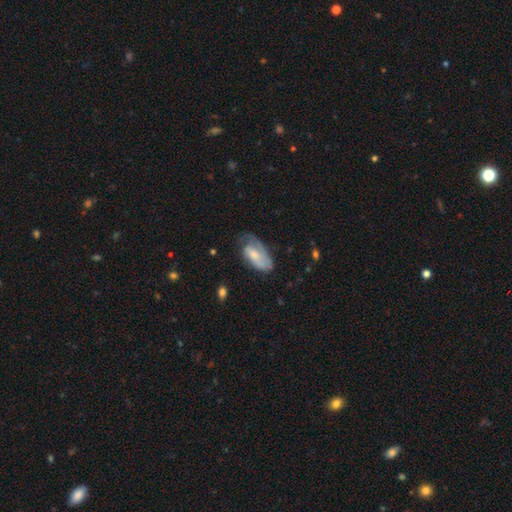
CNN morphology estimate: A featured or disk galaxy (51%).

Vote fractions:
- Smooth or featured? featured or disk: 51% / smooth: 43% / star or artifact: 6%
- Edge-on disk? no: 93% / yes: 7%
- Merging? none: 44% / minor disturbance: 30% / major disturbance: 24% / merger: 2%